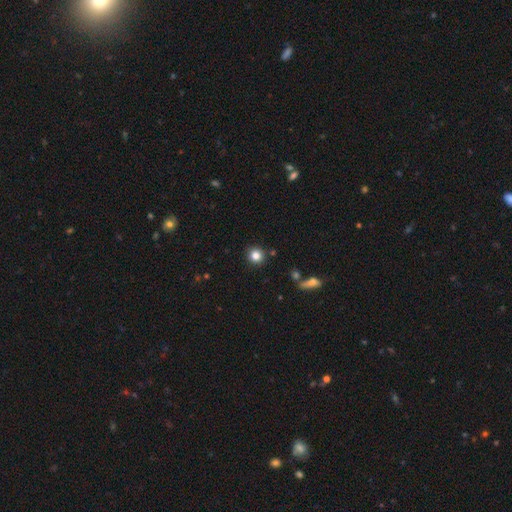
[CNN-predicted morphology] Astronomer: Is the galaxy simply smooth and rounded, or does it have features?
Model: smooth — 82%.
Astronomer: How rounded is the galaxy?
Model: round — 92%.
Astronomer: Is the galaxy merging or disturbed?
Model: none — 89%.